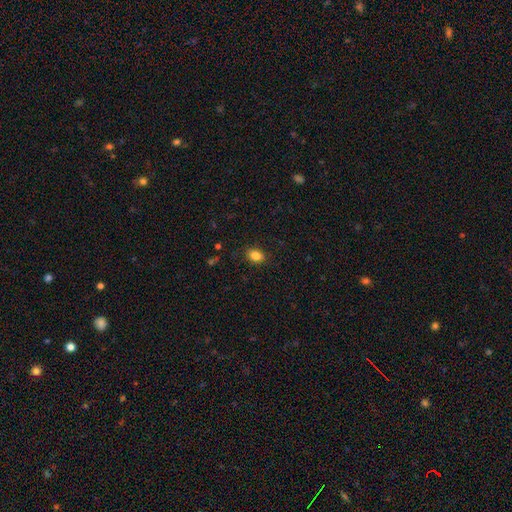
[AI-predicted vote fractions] smooth-or-featured: smooth: 84% | star or artifact: 10% | featured or disk: 6%
  how-rounded: in between: 70% | round: 28% | cigar-shaped: 1%
  merging: none: 86% | minor disturbance: 10% | major disturbance: 3% | merger: 1%